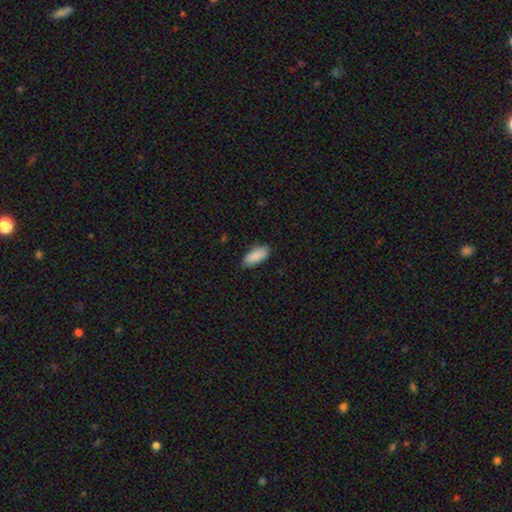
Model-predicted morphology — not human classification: Smooth or featured?
  - smooth: 89% *
  - star or artifact: 6%
  - featured or disk: 5%
How rounded?
  - in between: 87% *
  - cigar-shaped: 11%
  - round: 2%
Merging?
  - none: 80% *
  - minor disturbance: 17%
  - major disturbance: 2%
  - merger: 1%